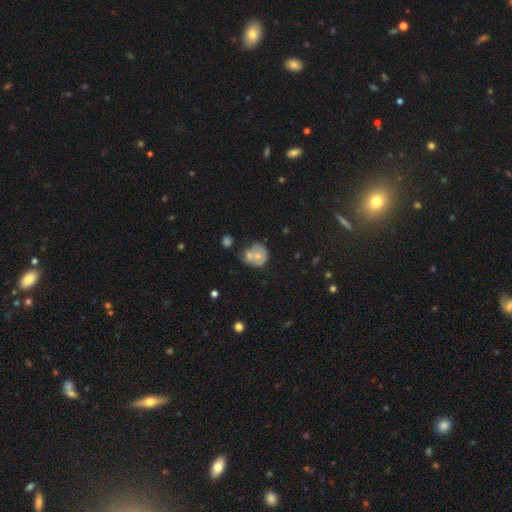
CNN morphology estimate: Q: Smooth or featured?
A: smooth (53%); runner-up: featured or disk (39%)
Q: How rounded?
A: round (74%); runner-up: in between (25%)
Q: Merging?
A: merger (37%); runner-up: none (35%)